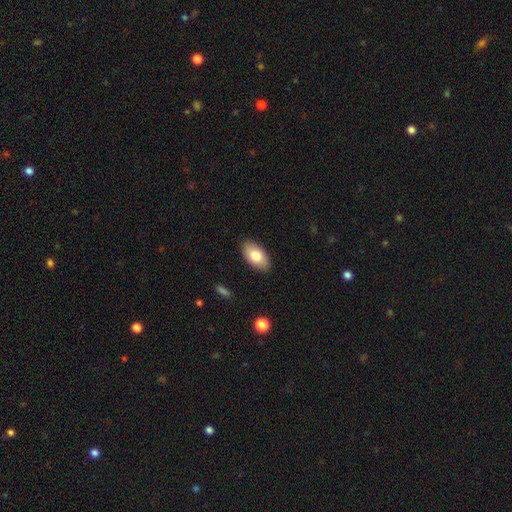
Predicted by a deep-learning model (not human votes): Smooth or featured? Predicted: smooth (p=0.78). How rounded? Predicted: in between (p=0.94). Merging? Predicted: none (p=0.87).